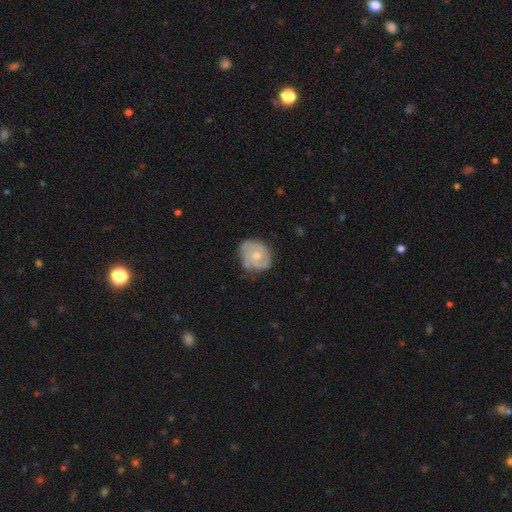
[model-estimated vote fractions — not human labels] Overall: featured or disk (64%; smooth 30%). Edge-on disk: no (98%). Bar: no (75%). Spiral arms: yes (85%). Spiral arm count: 2 (37%; can't tell 26%). Spiral winding: tight (49%; medium 37%). Bulge size: moderate (54%; small 40%). Merging: none (60%; minor disturbance 28%).